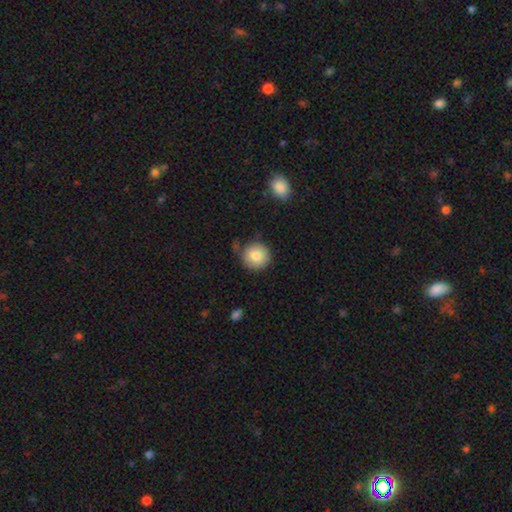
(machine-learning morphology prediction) The model was most divided on "merging": none: 78%, minor disturbance: 14%, merger: 4%, major disturbance: 4%. More confident: how rounded — round (92%); smooth or featured — smooth (84%).